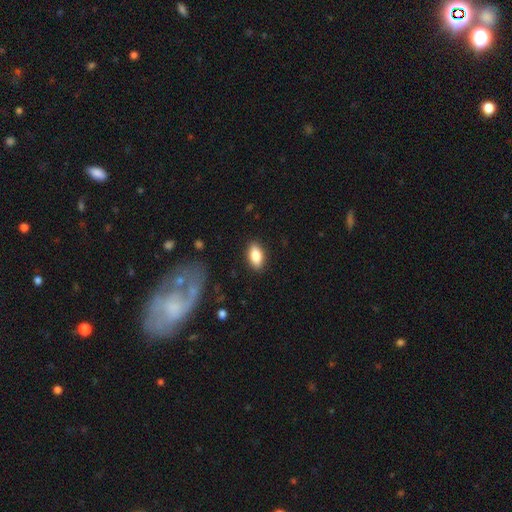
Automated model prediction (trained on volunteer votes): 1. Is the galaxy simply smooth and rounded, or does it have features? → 82% smooth, 12% featured or disk, 7% star or artifact.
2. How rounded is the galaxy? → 88% in between, 7% cigar-shaped, 5% round.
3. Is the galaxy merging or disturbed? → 88% none, 8% minor disturbance, 2% major disturbance, 1% merger.